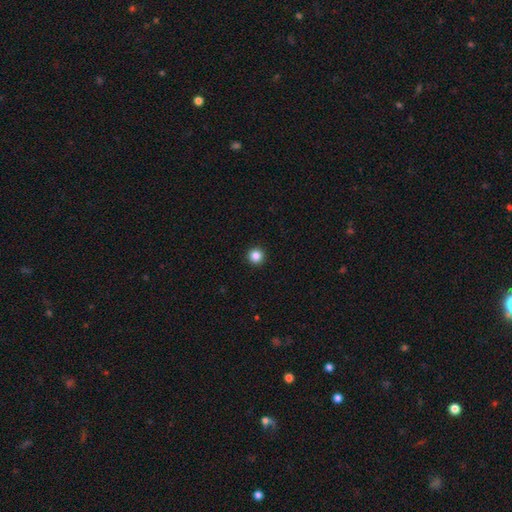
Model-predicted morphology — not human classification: type=smooth (86%); roundness=round (97%); merging=none (94%).